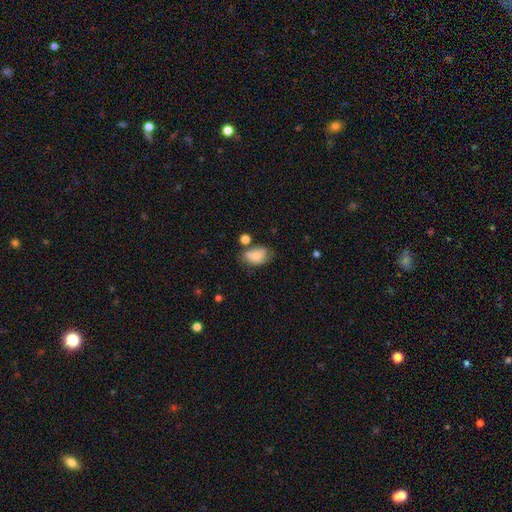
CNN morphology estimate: Q: Smooth or featured?
A: smooth (74%); runner-up: featured or disk (17%)
Q: How rounded?
A: in between (85%); runner-up: round (13%)
Q: Merging?
A: none (47%); runner-up: minor disturbance (29%)